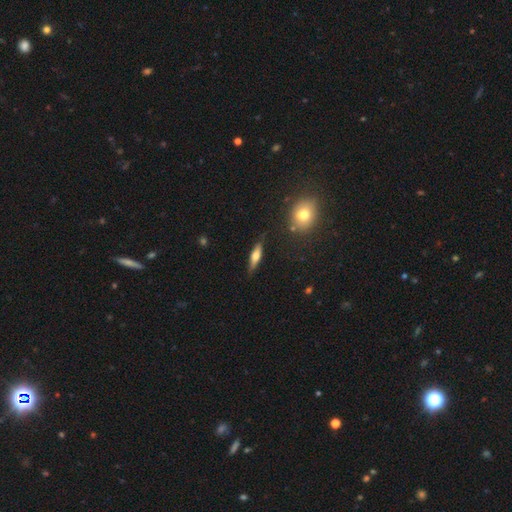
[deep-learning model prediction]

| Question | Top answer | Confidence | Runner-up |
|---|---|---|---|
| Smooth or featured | smooth | 52% | featured or disk (41%) |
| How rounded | cigar-shaped | 65% | in between (32%) |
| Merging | none | 79% | minor disturbance (15%) |